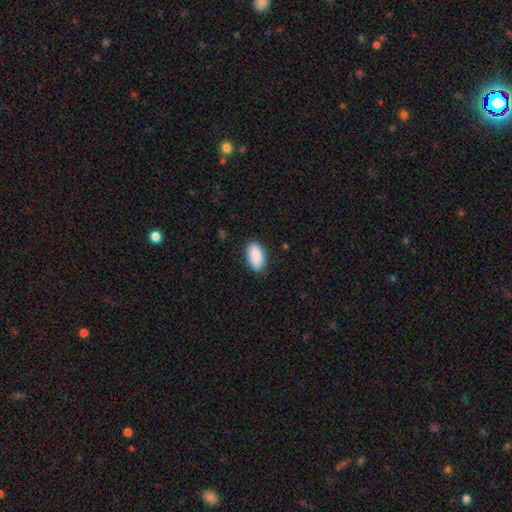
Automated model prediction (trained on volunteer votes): This appears to be a smooth galaxy with no disk features (90%) that is in between round and cigar-shaped (94%). Merging: none (87%).